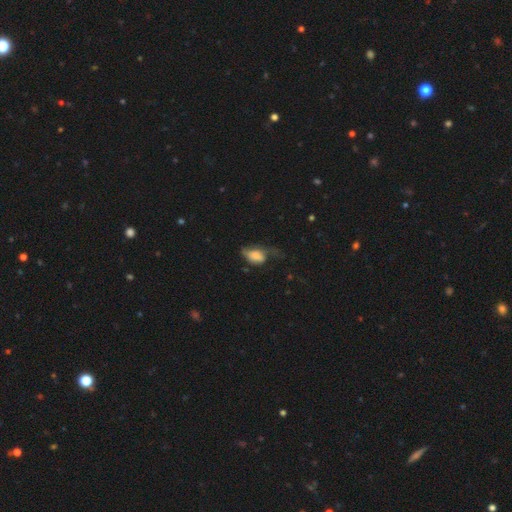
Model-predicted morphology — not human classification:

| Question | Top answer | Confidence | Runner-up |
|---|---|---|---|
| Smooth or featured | smooth | 66% | featured or disk (25%) |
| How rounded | in between | 88% | round (9%) |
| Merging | major disturbance | 46% | minor disturbance (29%) |